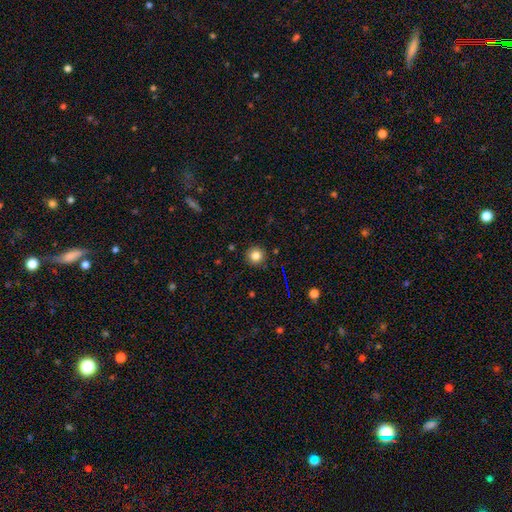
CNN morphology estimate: Overall: smooth (82%). How rounded: round (95%). Merging: none (91%).